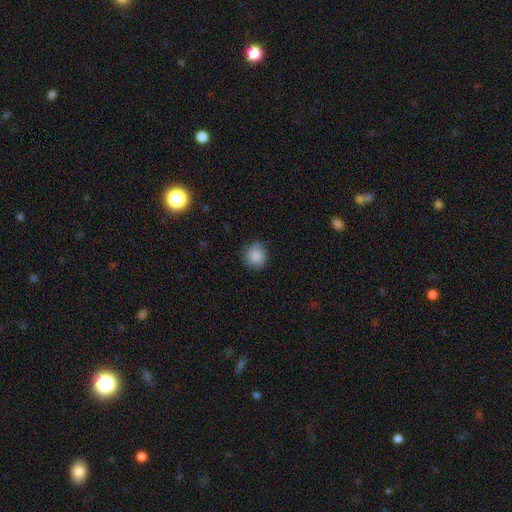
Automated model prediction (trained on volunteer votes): smooth 84%, featured or disk 8%, star or artifact 8%. Down the decision tree: how rounded — round (89%); merging — none (79%).